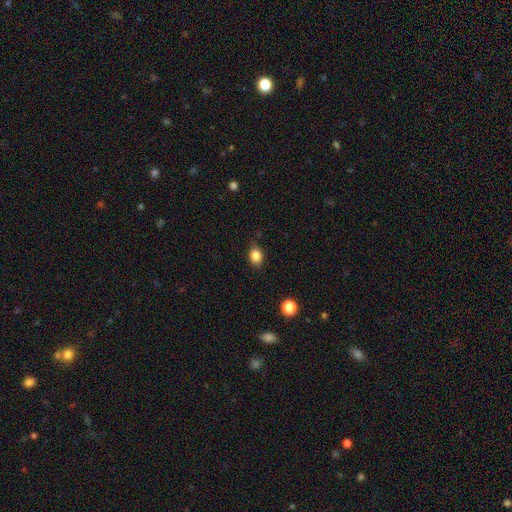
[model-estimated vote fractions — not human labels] Smooth or featured: smooth — 84% (star or artifact — 10%)
How rounded: in between — 63% (round — 35%)
Merging: none — 83% (minor disturbance — 13%)